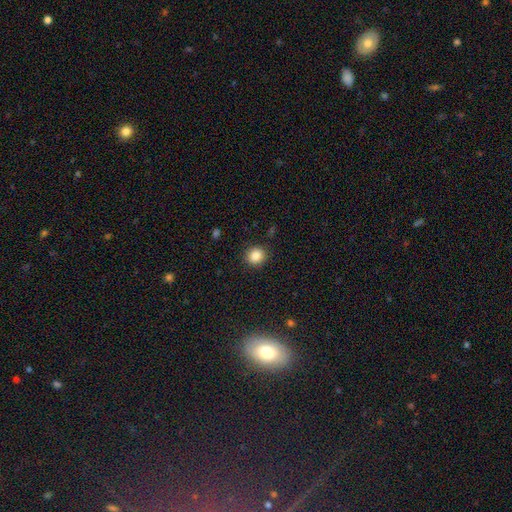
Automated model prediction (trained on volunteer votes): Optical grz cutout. It shows a smooth galaxy with no disk features (86%) that is round (85%). Merging: none (90%).